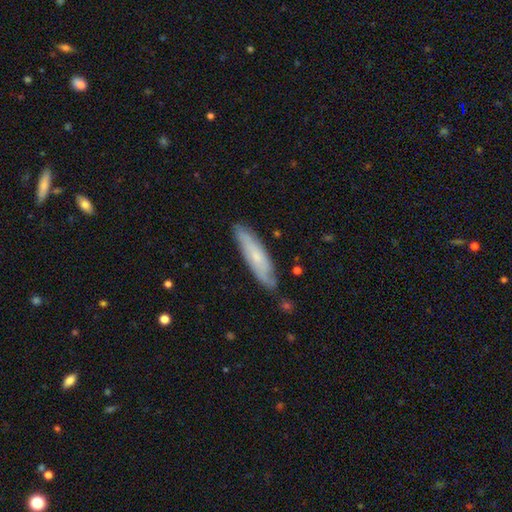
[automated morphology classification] Smooth or featured? Predicted: smooth (p=0.47). Merging? Predicted: none (p=0.78).